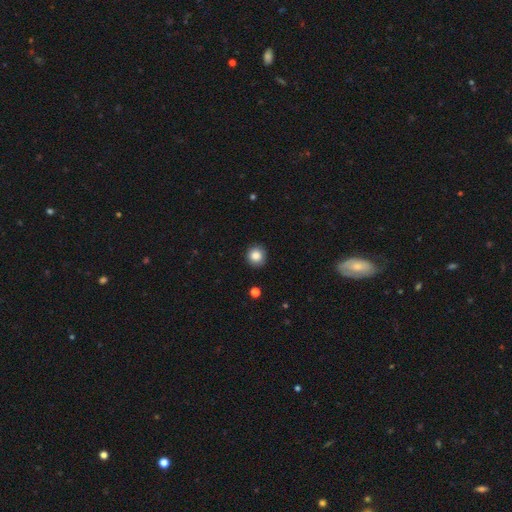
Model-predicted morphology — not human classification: smooth_or_featured: smooth (p=0.85) [alt: star or artifact p=0.10]
how_rounded: round (p=0.92) [alt: in between p=0.07]
merging: none (p=0.90) [alt: minor disturbance p=0.07]